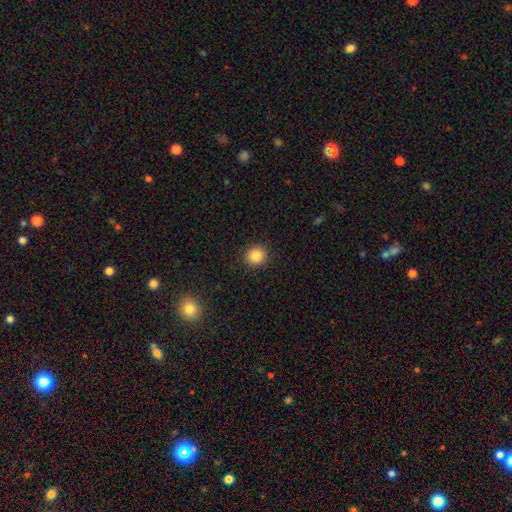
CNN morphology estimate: smooth-or-featured: smooth: 85% | star or artifact: 10% | featured or disk: 5%
  how-rounded: round: 88% | in between: 11% | cigar-shaped: 1%
  merging: none: 91% | minor disturbance: 6% | major disturbance: 2% | merger: 1%